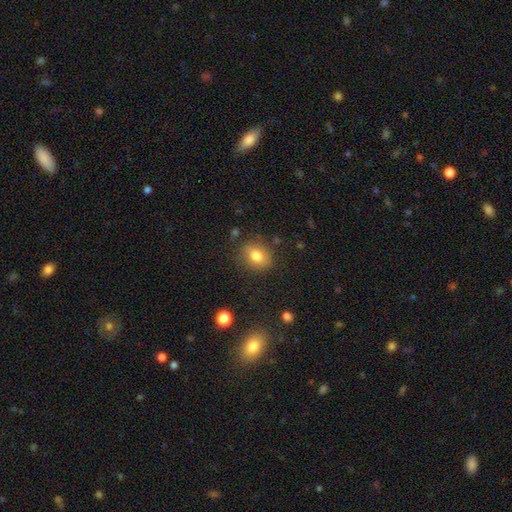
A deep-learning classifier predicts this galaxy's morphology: Smooth or featured? Predicted: smooth (p=0.80). How rounded? Predicted: round (p=0.54). Merging? Predicted: none (p=0.82).